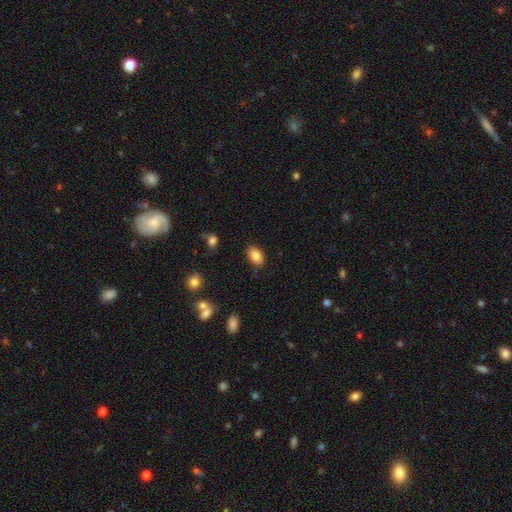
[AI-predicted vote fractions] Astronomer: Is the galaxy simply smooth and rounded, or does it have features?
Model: smooth — 84%.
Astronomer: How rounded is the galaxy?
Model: in between — 88%.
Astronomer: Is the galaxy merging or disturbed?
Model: none — 82%.